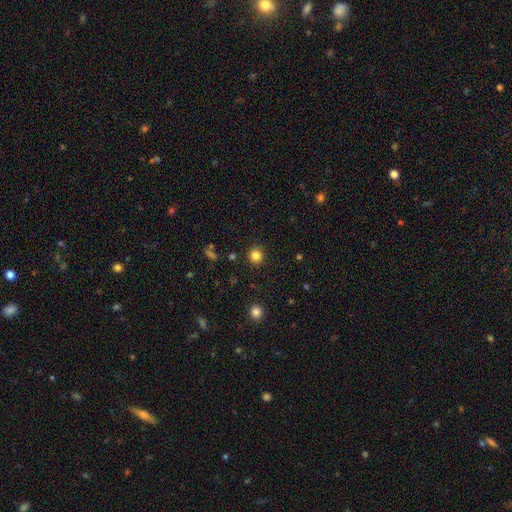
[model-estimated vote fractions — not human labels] Morphology: type=smooth (82%); roundness=round (91%); merging=none (90%).